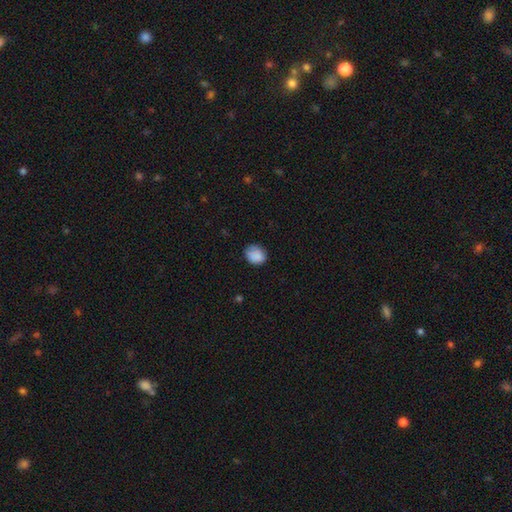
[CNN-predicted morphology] Smooth or featured?
  - smooth: 84% *
  - star or artifact: 9%
  - featured or disk: 7%
How rounded?
  - round: 65% *
  - in between: 34%
  - cigar-shaped: 1%
Merging?
  - none: 73% *
  - minor disturbance: 21%
  - major disturbance: 5%
  - merger: 1%